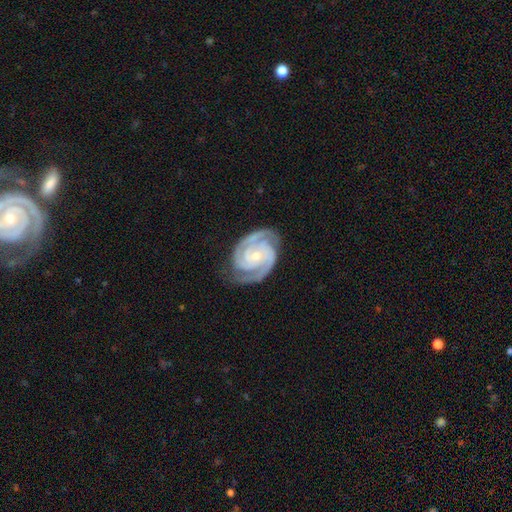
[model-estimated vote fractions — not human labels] The model was most divided on "bulge size": small: 67%, moderate: 30%, none: 1%, large: 1%, dominant: 1%. More confident: spiral arms — yes (99%); edge-on disk — no (98%); smooth or featured — featured or disk (93%); merging — none (80%); spiral arm count — 2 (74%); spiral winding — tight (70%); bar — no (65%).